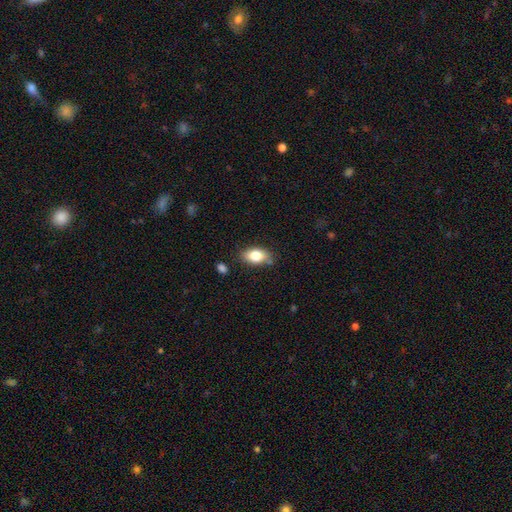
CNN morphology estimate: smooth-or-featured: smooth: 80% | featured or disk: 12% | star or artifact: 8%
  how-rounded: in between: 89% | round: 8% | cigar-shaped: 3%
  merging: none: 78% | minor disturbance: 16% | merger: 3% | major disturbance: 3%